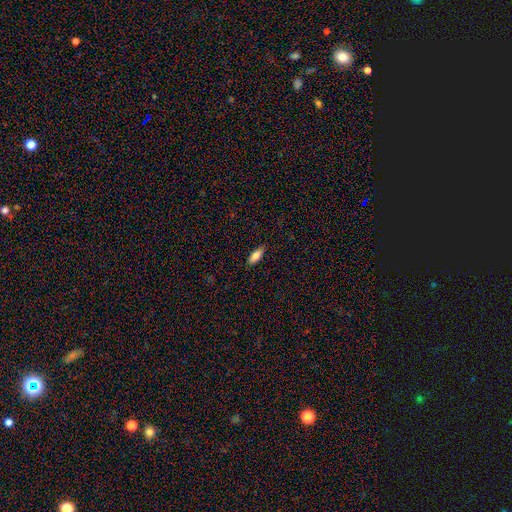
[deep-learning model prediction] Overall: smooth (82%). How rounded: in between (78%). Merging: none (87%).